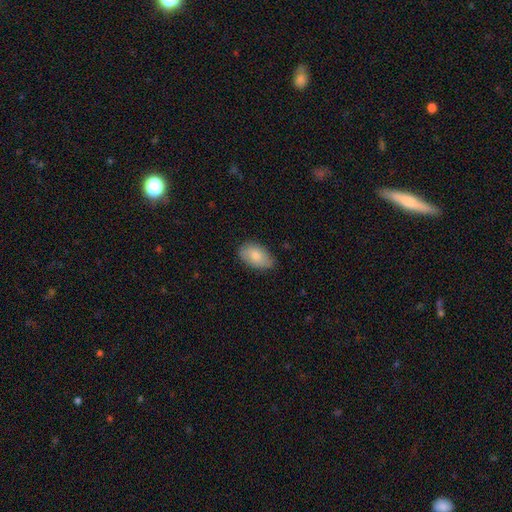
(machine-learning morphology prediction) Overall: smooth (81%). How rounded: in between (93%). Merging: none (73%).